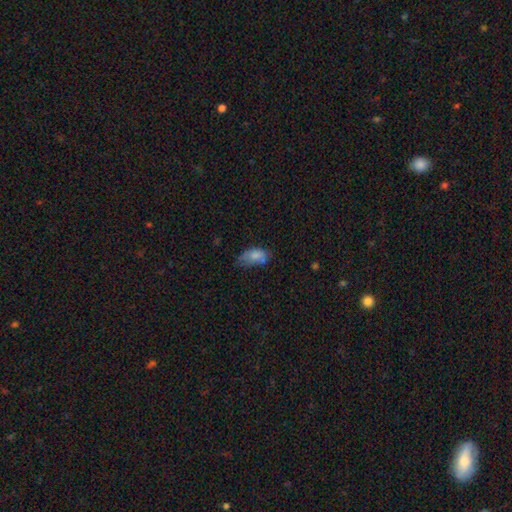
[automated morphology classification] Q: Smooth or featured?
A: smooth (74%); runner-up: featured or disk (17%)
Q: How rounded?
A: in between (91%); runner-up: round (5%)
Q: Merging?
A: minor disturbance (38%); runner-up: none (37%)